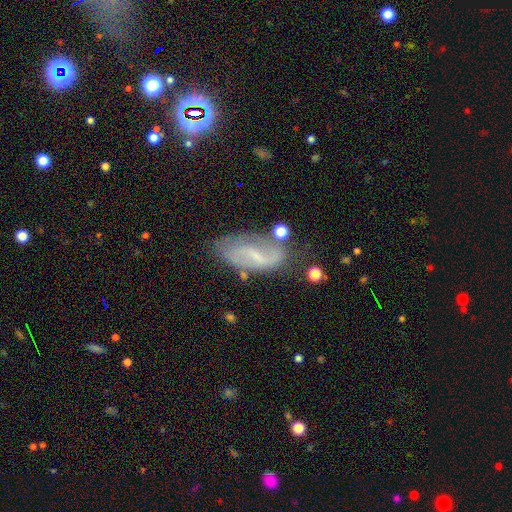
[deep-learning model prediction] featured or disk 64%, smooth 25%, star or artifact 11%. Down the decision tree: edge-on disk — no (92%); bar — weak (46%); spiral arms — yes (79%); bulge size — small (55%); merging — none (58%).